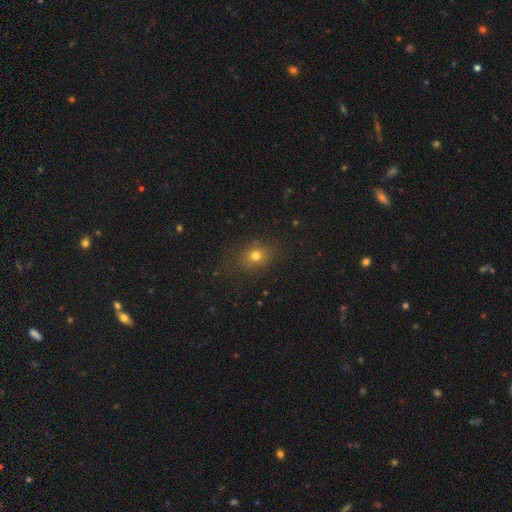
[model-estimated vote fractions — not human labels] Smooth or featured: smooth — 74% (star or artifact — 16%)
How rounded: round — 56% (in between — 43%)
Merging: none — 81% (minor disturbance — 13%)